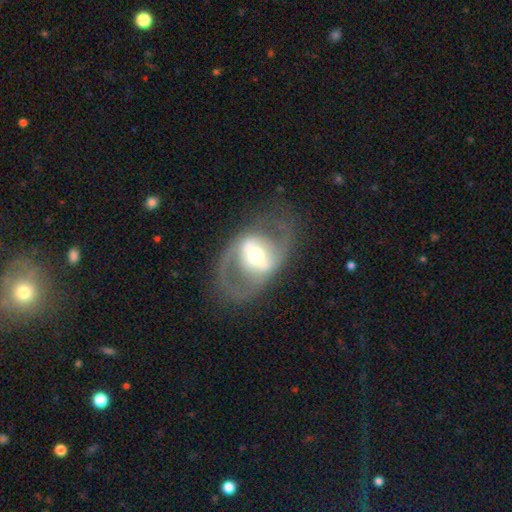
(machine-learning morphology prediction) Q: Smooth or featured?
A: featured or disk (76%); runner-up: smooth (18%)
Q: Edge-on disk?
A: no (94%); runner-up: yes (6%)
Q: Bar?
A: strong (39%); runner-up: weak (33%)
Q: Spiral arms?
A: yes (62%); runner-up: no (38%)
Q: Bulge size?
A: moderate (64%); runner-up: large (19%)
Q: Merging?
A: none (69%); runner-up: major disturbance (15%)